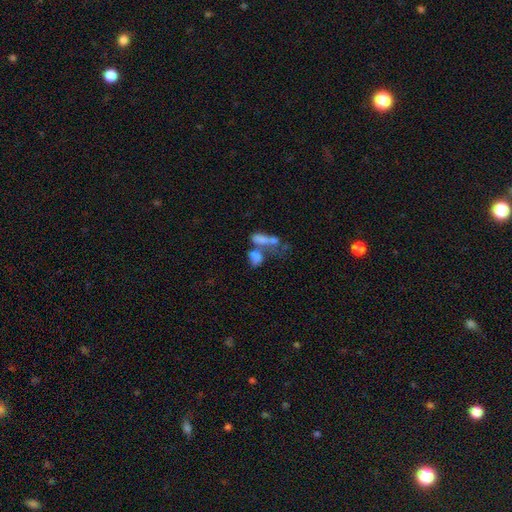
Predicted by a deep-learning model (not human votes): A smooth galaxy with no disk features (71%) that is in between round and cigar-shaped (78%).

Vote fractions:
- Smooth or featured? smooth: 71% / featured or disk: 18% / star or artifact: 11%
- How rounded? in between: 78% / round: 15% / cigar-shaped: 7%
- Merging? merger: 57% / none: 21% / major disturbance: 12% / minor disturbance: 9%